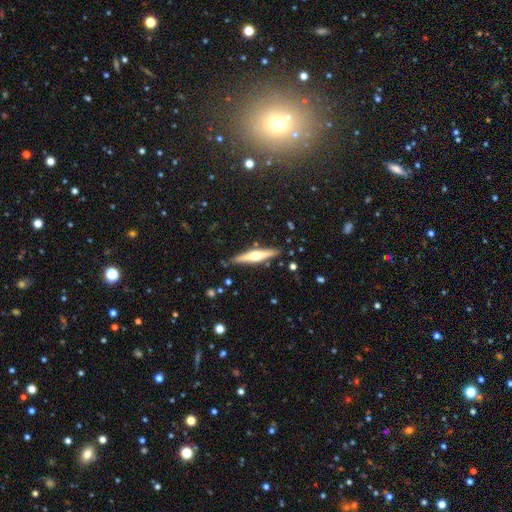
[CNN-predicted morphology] smooth_or_featured: featured or disk (p=0.65) [alt: smooth p=0.29]
disk_edge_on: yes (p=0.96) [alt: no p=0.04]
edge_on_bulge: rounded (p=0.93) [alt: boxy p=0.04]
merging: none (p=0.88) [alt: minor disturbance p=0.08]